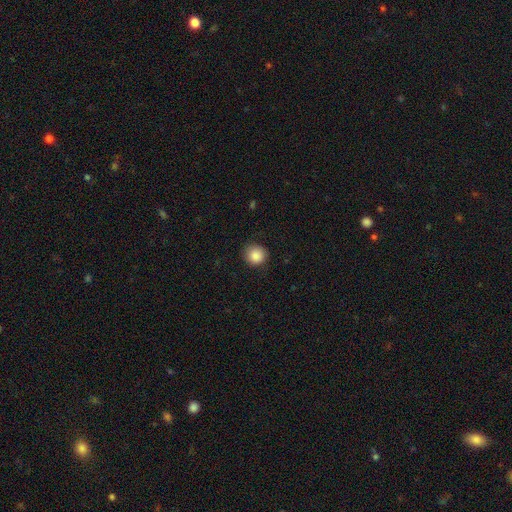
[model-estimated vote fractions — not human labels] A smooth galaxy with no disk features (87%) that is round (90%). Merging: none (85%).